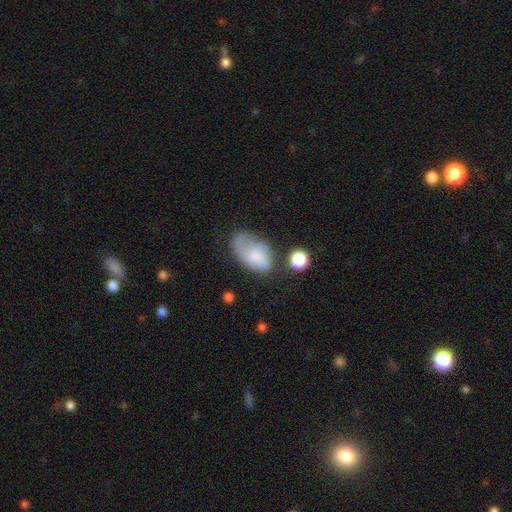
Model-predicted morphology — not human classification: Overall: smooth (62%; featured or disk 30%). How rounded: in between (91%). Merging: none (36%; minor disturbance 31%).